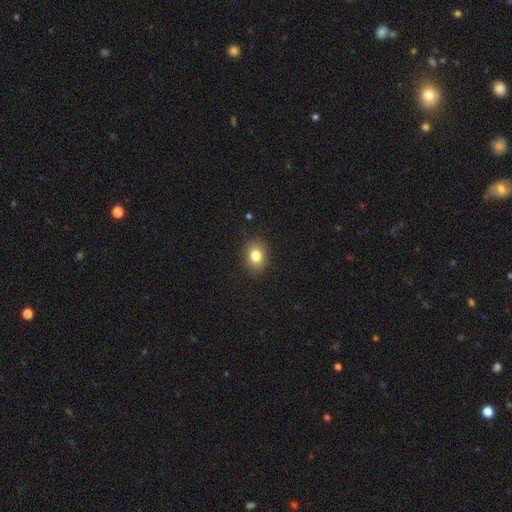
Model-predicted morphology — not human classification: The model was most divided on "how rounded": in between: 50%, round: 49%, cigar-shaped: 1%. More confident: merging — none (88%); smooth or featured — smooth (81%).